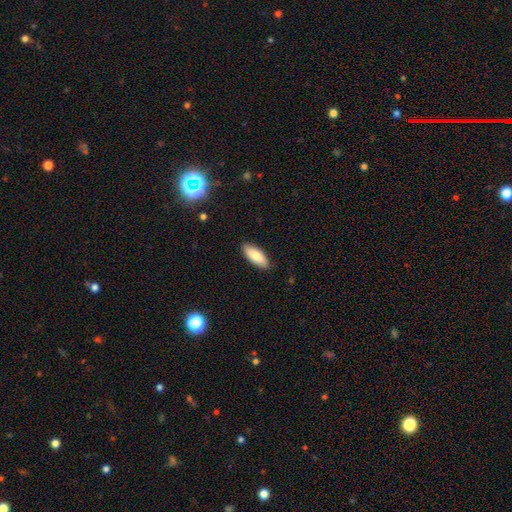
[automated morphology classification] A smooth galaxy with no disk features (80%) that is in between round and cigar-shaped (74%).

Vote fractions:
- Smooth or featured? smooth: 80% / featured or disk: 14% / star or artifact: 6%
- How rounded? in between: 74% / cigar-shaped: 24% / round: 2%
- Merging? none: 88% / minor disturbance: 10% / major disturbance: 2% / merger: 1%